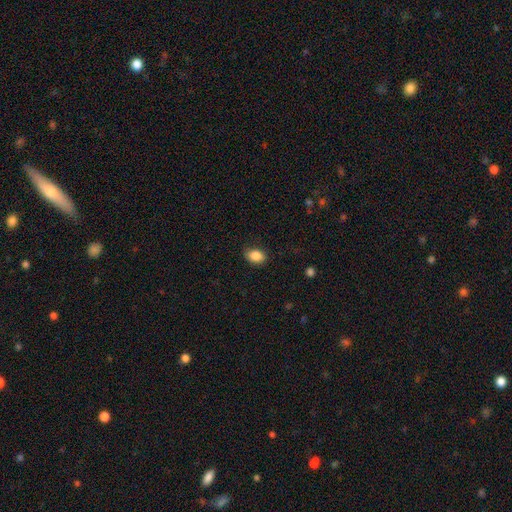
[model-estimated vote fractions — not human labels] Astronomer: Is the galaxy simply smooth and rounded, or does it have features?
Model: smooth — 87%.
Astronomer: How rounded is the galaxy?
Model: in between — 82%.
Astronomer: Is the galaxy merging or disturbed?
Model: none — 81%.